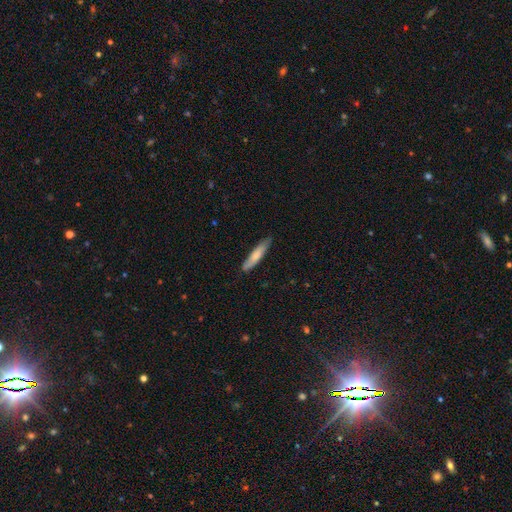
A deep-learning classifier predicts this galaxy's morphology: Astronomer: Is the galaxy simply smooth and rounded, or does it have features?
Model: smooth — 71%.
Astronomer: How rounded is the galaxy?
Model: cigar-shaped — 86%.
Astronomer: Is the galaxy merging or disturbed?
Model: none — 82%.